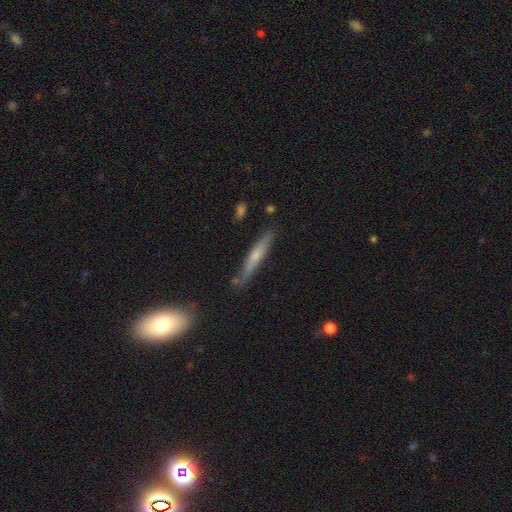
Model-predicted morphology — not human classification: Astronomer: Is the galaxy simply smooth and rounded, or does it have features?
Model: featured or disk — 47% (runner-up: smooth, 46%).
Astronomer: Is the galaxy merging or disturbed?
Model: none — 79%.